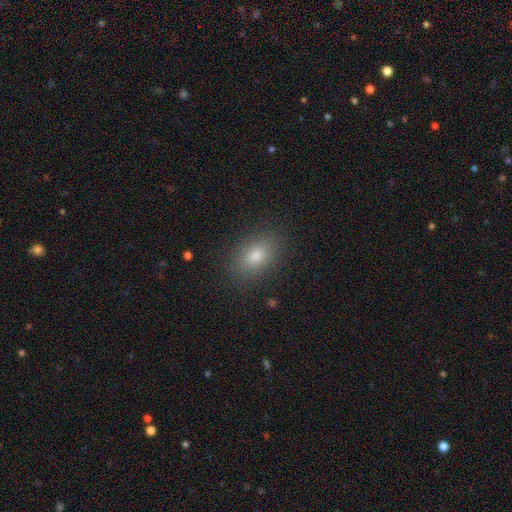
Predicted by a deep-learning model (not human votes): smooth_or_featured: smooth (p=0.79) [alt: star or artifact p=0.11]
how_rounded: in between (p=0.82) [alt: round p=0.16]
merging: none (p=0.87) [alt: minor disturbance p=0.09]